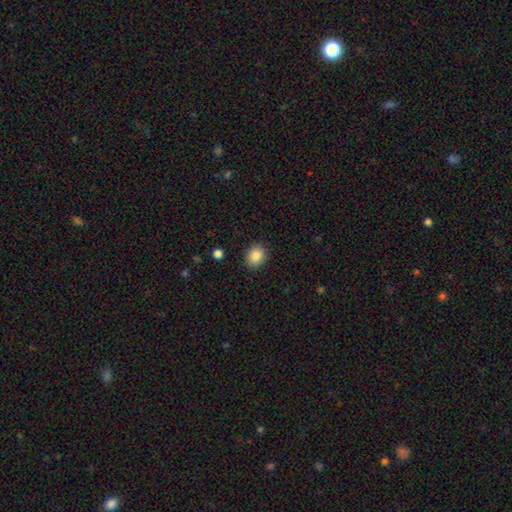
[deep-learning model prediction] Smooth or featured? smooth (86%)
How rounded? round (52%)
Merging? none (89%)